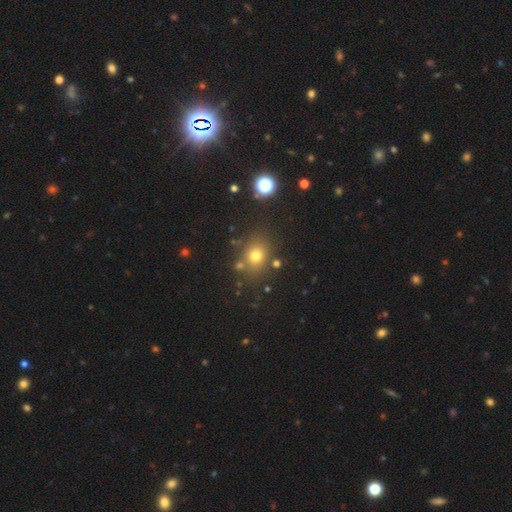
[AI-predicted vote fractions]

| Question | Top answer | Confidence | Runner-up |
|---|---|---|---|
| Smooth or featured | smooth | 71% | star or artifact (20%) |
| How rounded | round | 64% | in between (35%) |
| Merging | none | 79% | minor disturbance (10%) |